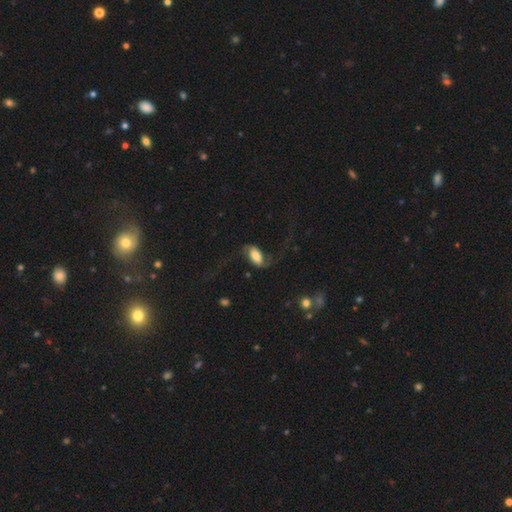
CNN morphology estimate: Q: Smooth or featured?
A: featured or disk (67%); runner-up: smooth (26%)
Q: Edge-on disk?
A: no (95%); runner-up: yes (5%)
Q: Bar?
A: weak (38%); runner-up: no (36%)
Q: Spiral arms?
A: yes (92%); runner-up: no (8%)
Q: Spiral winding?
A: loose (82%); runner-up: medium (14%)
Q: Spiral arm count?
A: 2 (92%); runner-up: 1 (3%)
Q: Bulge size?
A: moderate (42%); runner-up: large (32%)
Q: Merging?
A: none (58%); runner-up: major disturbance (26%)